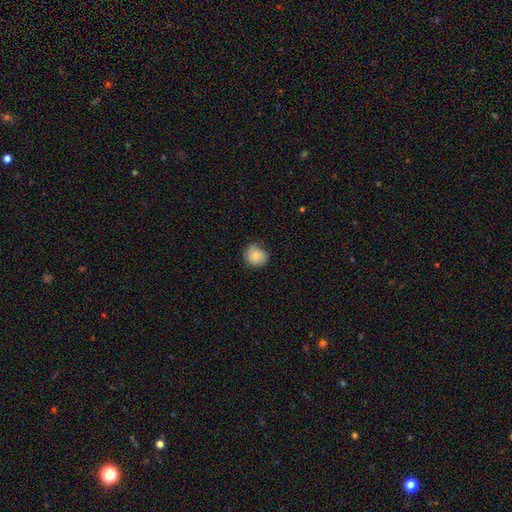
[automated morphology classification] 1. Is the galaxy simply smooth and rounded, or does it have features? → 75% smooth, 17% featured or disk, 8% star or artifact.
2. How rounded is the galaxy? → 76% round, 23% in between, 1% cigar-shaped.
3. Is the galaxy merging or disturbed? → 67% none, 26% minor disturbance, 5% major disturbance, 1% merger.